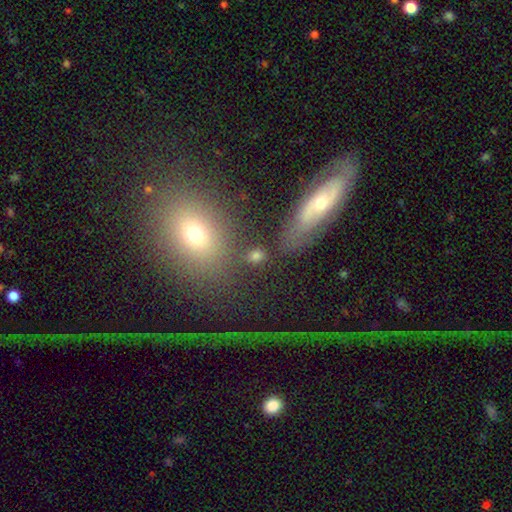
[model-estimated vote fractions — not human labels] Q: Smooth or featured?
A: smooth (67%); runner-up: star or artifact (17%)
Q: How rounded?
A: in between (50%); runner-up: round (44%)
Q: Merging?
A: none (65%); runner-up: merger (14%)